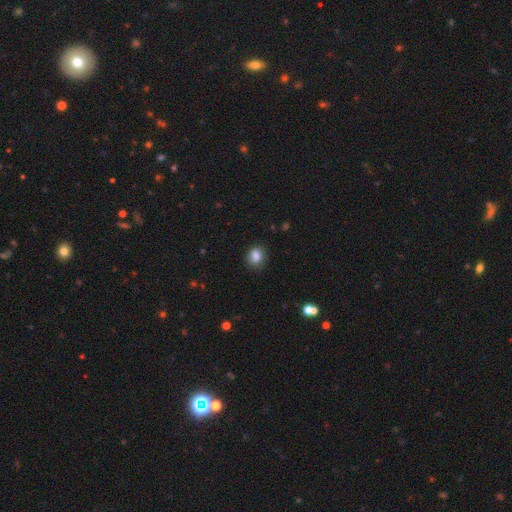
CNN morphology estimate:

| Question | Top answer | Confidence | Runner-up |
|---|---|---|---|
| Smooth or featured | smooth | 85% | star or artifact (10%) |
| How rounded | round | 51% | in between (48%) |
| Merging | none | 81% | minor disturbance (14%) |